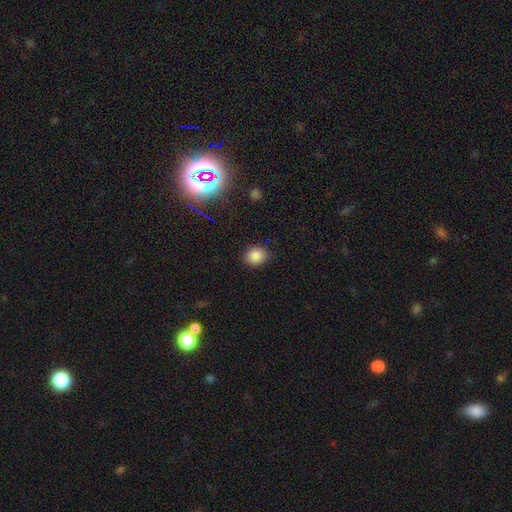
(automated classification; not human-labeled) smooth 85%, star or artifact 11%, featured or disk 4%. Down the decision tree: how rounded — round (68%); merging — none (87%).